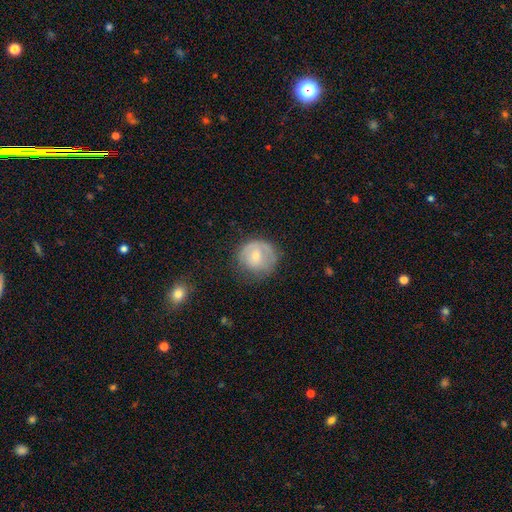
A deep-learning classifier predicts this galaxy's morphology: Overall: smooth (57%; featured or disk 36%). How rounded: round (85%). Merging: none (57%; minor disturbance 26%).